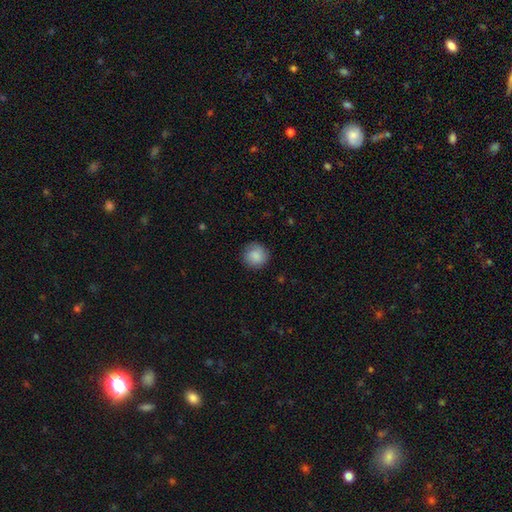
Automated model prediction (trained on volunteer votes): smooth-or-featured: smooth: 88% | star or artifact: 7% | featured or disk: 5%
  how-rounded: round: 93% | in between: 6% | cigar-shaped: 1%
  merging: none: 87% | minor disturbance: 10% | major disturbance: 3% | merger: 1%